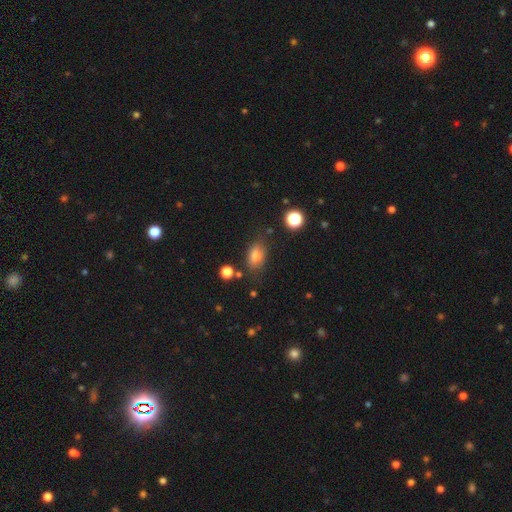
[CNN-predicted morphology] Smooth or featured: smooth — 77% (star or artifact — 11%)
How rounded: in between — 83% (round — 13%)
Merging: none — 73% (minor disturbance — 18%)